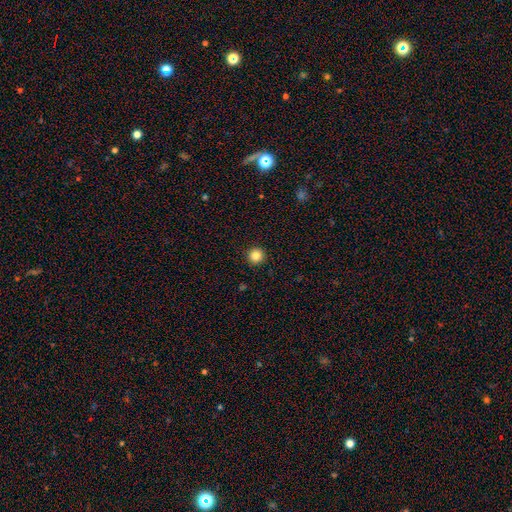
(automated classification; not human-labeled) Smooth or featured?
  - smooth: 85% *
  - star or artifact: 11%
  - featured or disk: 4%
How rounded?
  - round: 96% *
  - in between: 3%
  - cigar-shaped: 1%
Merging?
  - none: 93% *
  - minor disturbance: 4%
  - major disturbance: 2%
  - merger: 1%